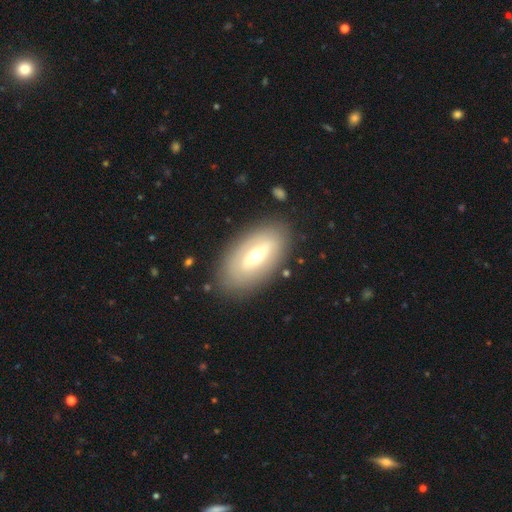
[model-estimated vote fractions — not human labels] This is possibly a featured or disk galaxy (54%). It is clearly not viewed edge-on (81%). Merging: clearly none (85%).